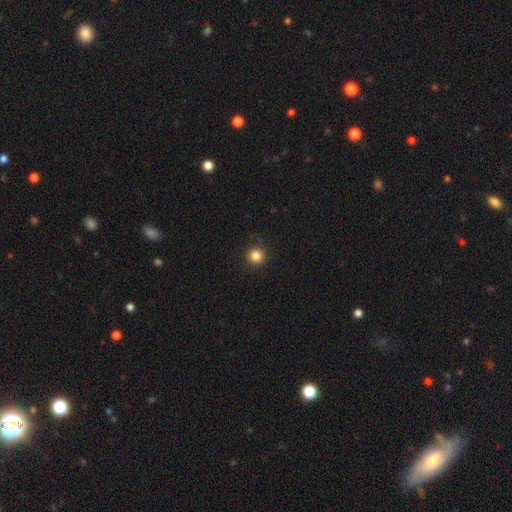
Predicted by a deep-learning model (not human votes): Overall: smooth (84%). How rounded: round (95%). Merging: none (89%).